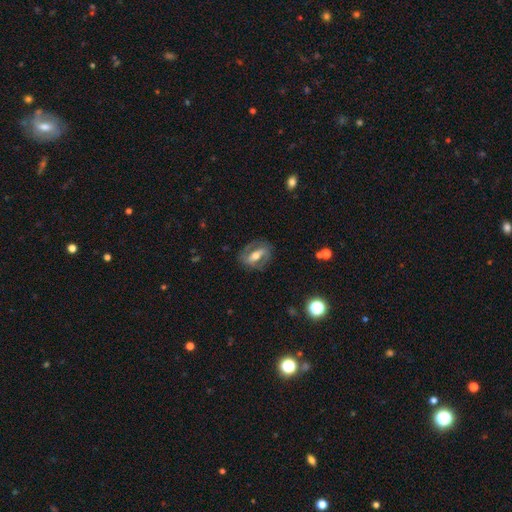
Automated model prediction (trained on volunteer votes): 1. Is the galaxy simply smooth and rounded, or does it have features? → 65% featured or disk, 28% smooth, 7% star or artifact.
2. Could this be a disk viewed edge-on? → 83% no, 17% yes.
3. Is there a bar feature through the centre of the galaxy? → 56% strong, 24% weak, 20% no.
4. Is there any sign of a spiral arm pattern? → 54% no, 46% yes.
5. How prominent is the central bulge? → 67% moderate, 19% small, 11% large, 1% none, 1% dominant.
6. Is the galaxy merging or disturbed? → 75% none, 15% minor disturbance, 8% major disturbance, 2% merger.